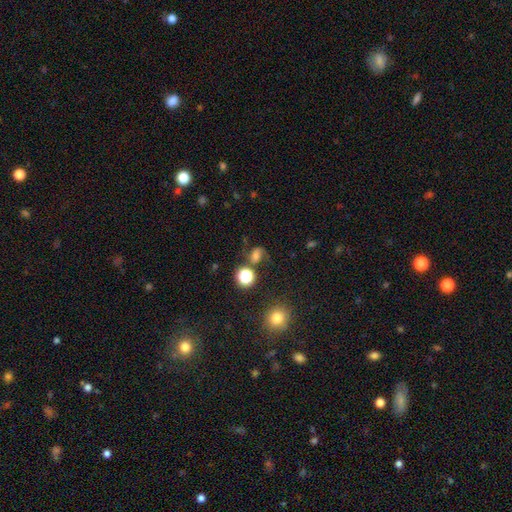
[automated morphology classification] The model was most divided on "smooth or featured": smooth: 47%, featured or disk: 30%, star or artifact: 23%. More confident: merging — none (57%).